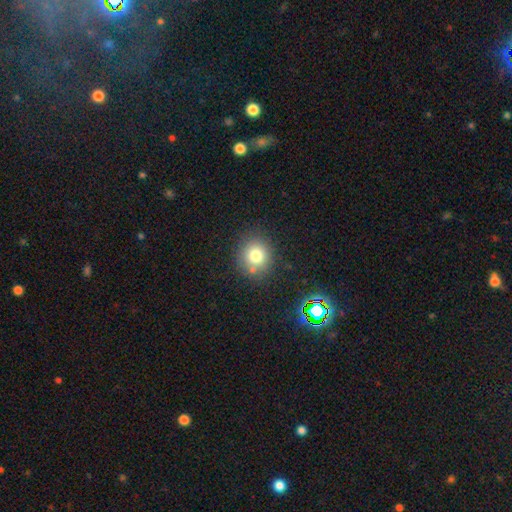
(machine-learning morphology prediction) smooth_or_featured: smooth (p=0.76) [alt: star or artifact p=0.14]
how_rounded: round (p=0.85) [alt: in between p=0.14]
merging: none (p=0.79) [alt: minor disturbance p=0.11]